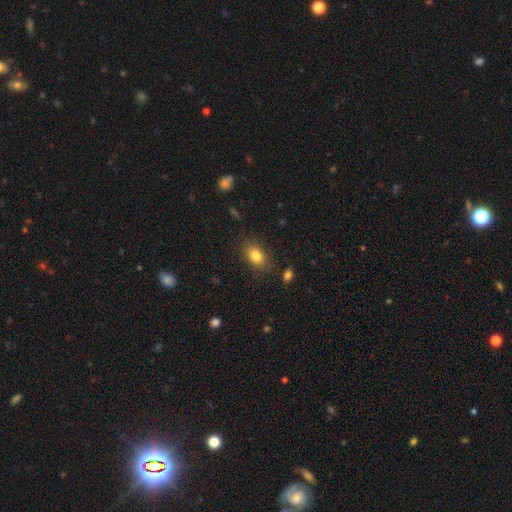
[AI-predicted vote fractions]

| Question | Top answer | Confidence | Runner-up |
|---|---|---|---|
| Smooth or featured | smooth | 83% | star or artifact (9%) |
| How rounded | in between | 81% | round (17%) |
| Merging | none | 83% | minor disturbance (12%) |